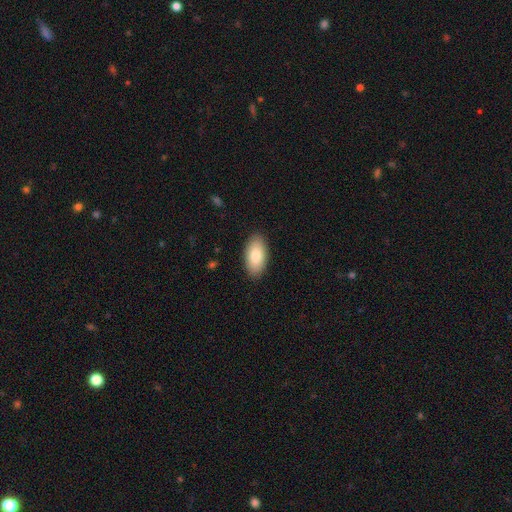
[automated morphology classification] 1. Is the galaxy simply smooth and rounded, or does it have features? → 84% smooth, 10% featured or disk, 6% star or artifact.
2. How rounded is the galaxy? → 95% in between, 3% cigar-shaped, 3% round.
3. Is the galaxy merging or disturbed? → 89% none, 8% minor disturbance, 2% major disturbance, 1% merger.